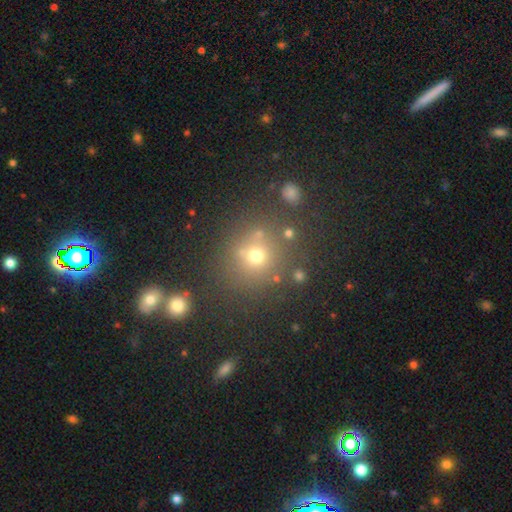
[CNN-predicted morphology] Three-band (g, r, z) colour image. It shows a smooth galaxy with no disk features (66%) that is round (87%). Merging: none (76%).